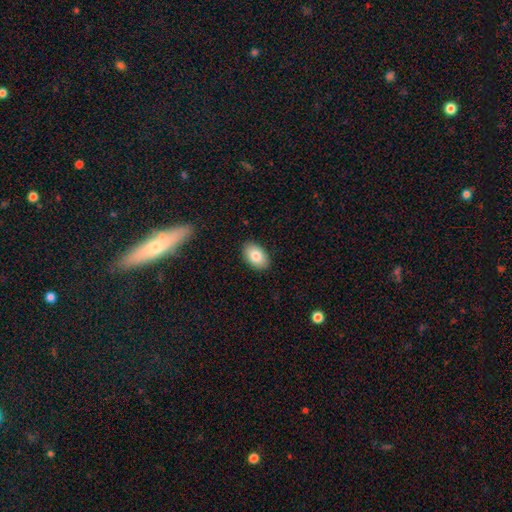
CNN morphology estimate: Smooth or featured: smooth — 83% (featured or disk — 10%)
How rounded: in between — 91% (round — 8%)
Merging: none — 89% (minor disturbance — 8%)